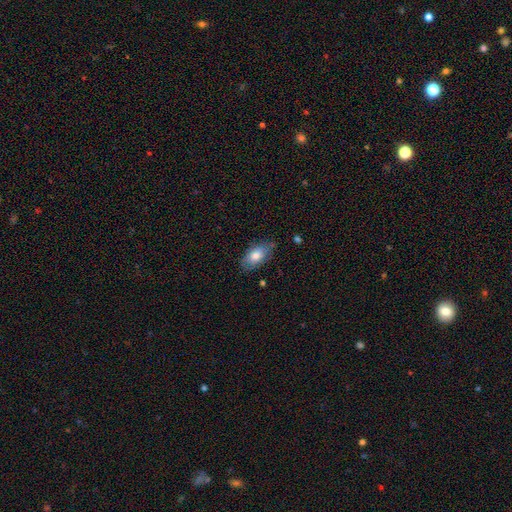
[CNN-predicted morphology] type=smooth (76%); roundness=in between (92%); merging=none (75%).